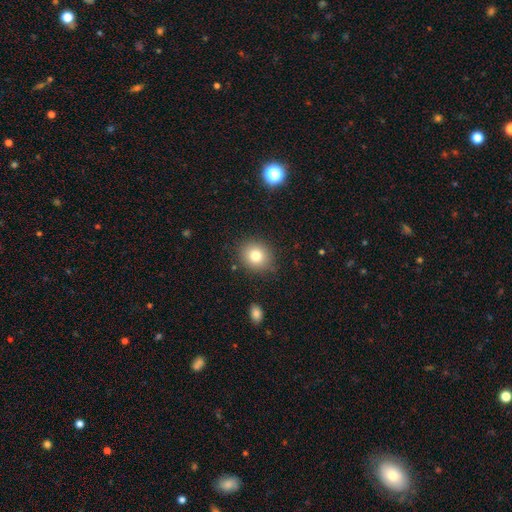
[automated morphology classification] type=smooth (79%); roundness=round (79%); merging=none (85%).